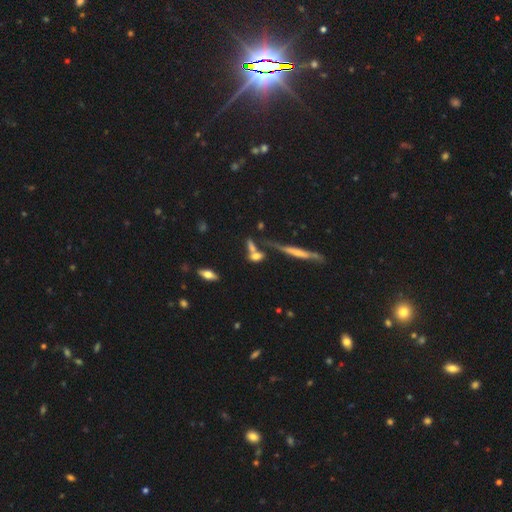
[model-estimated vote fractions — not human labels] smooth-or-featured: smooth: 60% | featured or disk: 26% | star or artifact: 14%
  how-rounded: in between: 57% | cigar-shaped: 28% | round: 15%
  merging: none: 41% | merger: 35% | minor disturbance: 14% | major disturbance: 10%